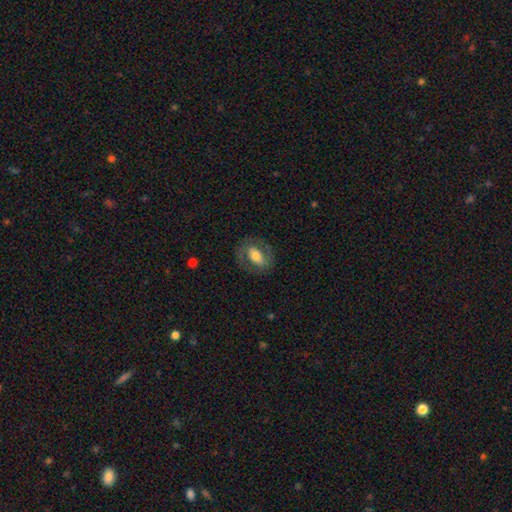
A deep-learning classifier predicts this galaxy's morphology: Q: Smooth or featured?
A: featured or disk (50%); runner-up: smooth (43%)
Q: Merging?
A: none (76%); runner-up: minor disturbance (14%)